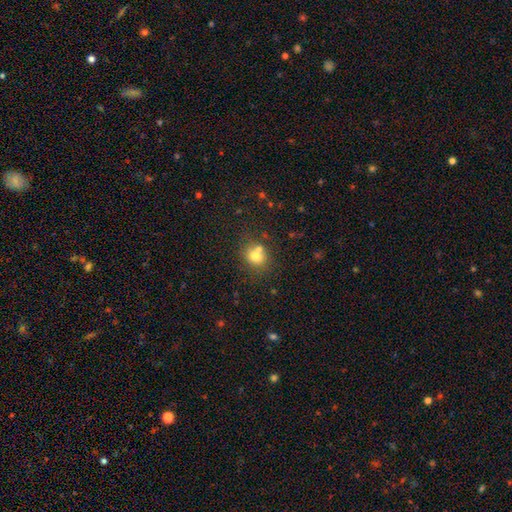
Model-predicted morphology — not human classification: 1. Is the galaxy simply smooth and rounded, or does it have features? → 73% smooth, 14% star or artifact, 13% featured or disk.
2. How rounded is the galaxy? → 73% round, 27% in between, 1% cigar-shaped.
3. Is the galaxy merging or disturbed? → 55% none, 30% merger, 11% minor disturbance, 4% major disturbance.